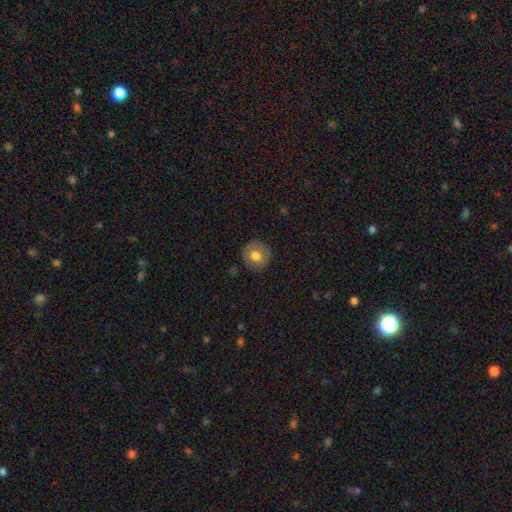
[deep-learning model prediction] A smooth galaxy with no disk features (72%) that is round (94%).

Vote fractions:
- Smooth or featured? smooth: 72% / featured or disk: 20% / star or artifact: 9%
- How rounded? round: 94% / in between: 5% / cigar-shaped: 1%
- Merging? none: 87% / minor disturbance: 9% / major disturbance: 2% / merger: 1%